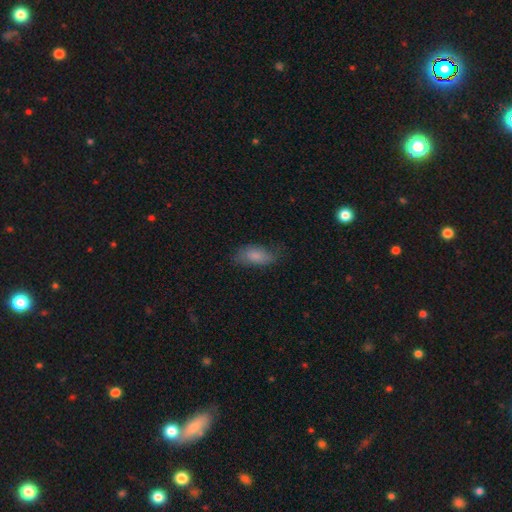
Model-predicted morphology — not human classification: This appears to be a smooth galaxy with no disk features (77%) that is in between round and cigar-shaped (88%). Merging: none (64%).